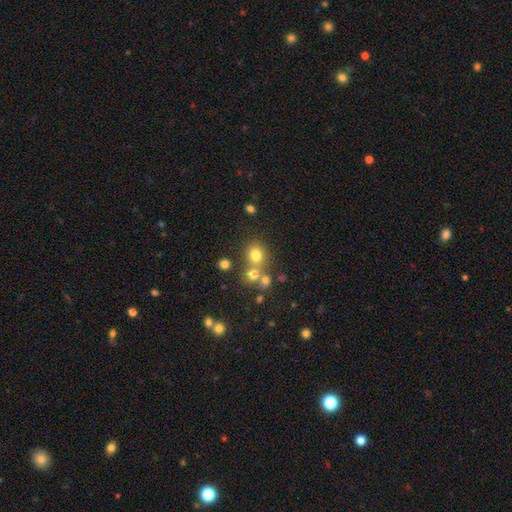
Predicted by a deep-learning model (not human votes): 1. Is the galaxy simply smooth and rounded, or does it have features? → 73% smooth, 16% star or artifact, 10% featured or disk.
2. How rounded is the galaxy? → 81% round, 18% in between, 1% cigar-shaped.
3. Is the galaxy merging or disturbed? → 57% none, 30% merger, 9% minor disturbance, 4% major disturbance.